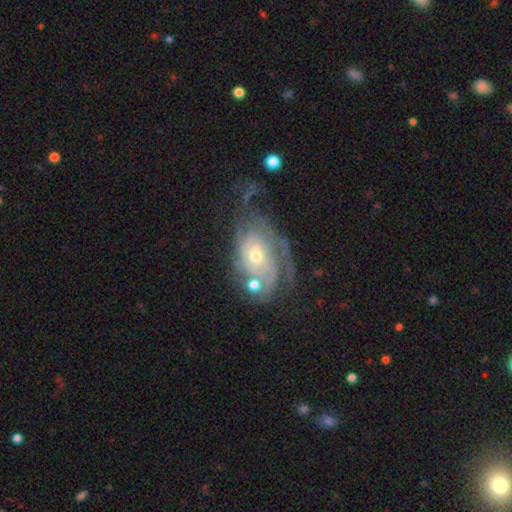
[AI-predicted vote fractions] Morphology: type=featured or disk (82%); edge-on=no (95%); bar=no (72%); spiral arms=yes (91%); winding=tight (60%); arm count=can't tell (40%); bulge=moderate (50%); merging=none (46%).